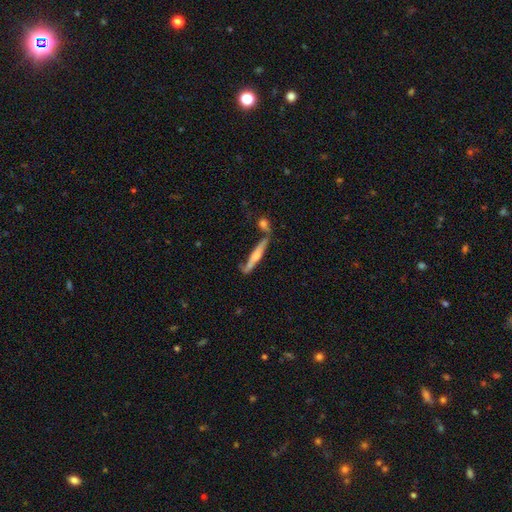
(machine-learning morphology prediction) Q: Smooth or featured?
A: featured or disk (64%); runner-up: smooth (30%)
Q: Edge-on disk?
A: yes (92%); runner-up: no (8%)
Q: Edge-on bulge?
A: rounded (71%); runner-up: none (16%)
Q: Merging?
A: none (64%); runner-up: minor disturbance (17%)